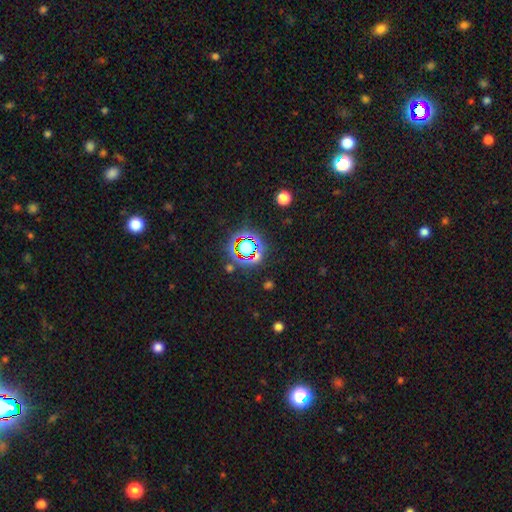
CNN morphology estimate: A star or artifact, not a galaxy (74%).

Vote fractions:
- Smooth or featured? star or artifact: 74% / smooth: 17% / featured or disk: 9%